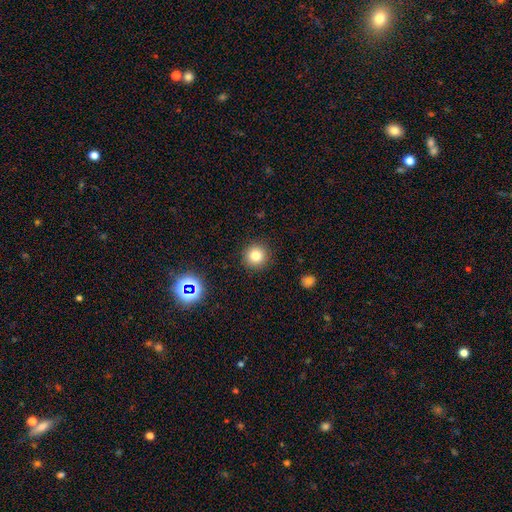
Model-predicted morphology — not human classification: Overall: smooth (80%). How rounded: round (94%). Merging: none (91%).